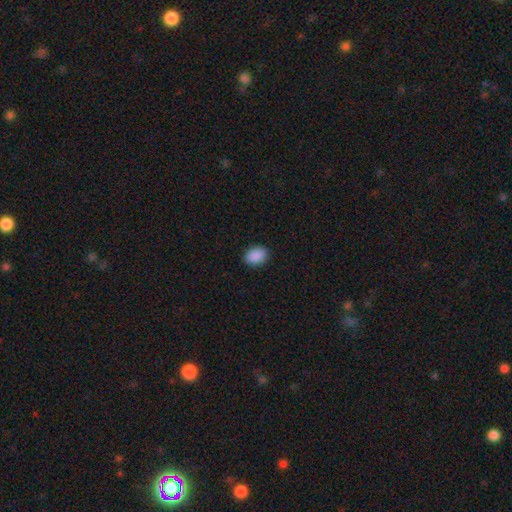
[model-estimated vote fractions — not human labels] The model was most divided on "how rounded": in between: 67%, round: 32%, cigar-shaped: 1%. More confident: smooth or featured — smooth (90%); merging — none (89%).